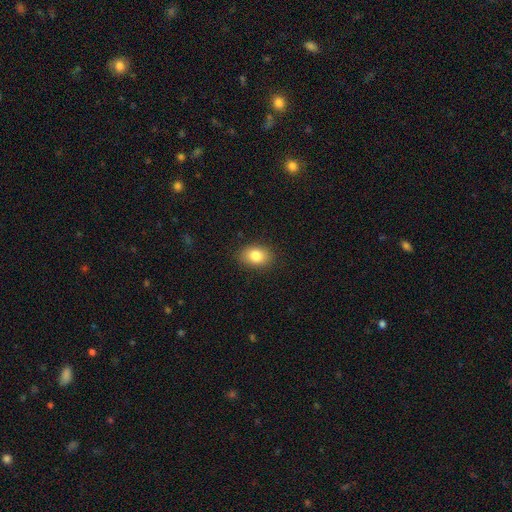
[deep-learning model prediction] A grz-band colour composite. It shows a smooth galaxy with no disk features (82%) that is in between round and cigar-shaped (75%). Merging: none (86%).